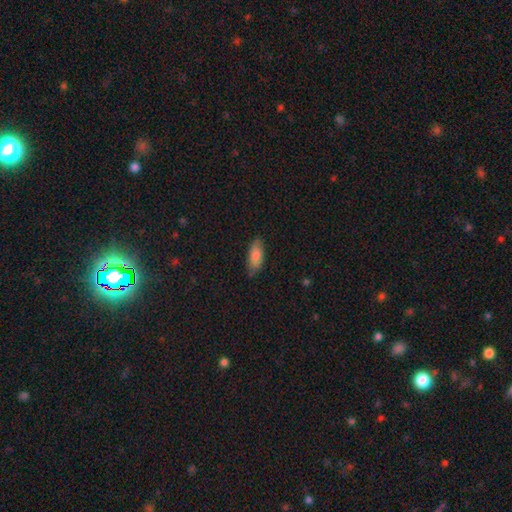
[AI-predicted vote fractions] This appears to be a smooth galaxy with no disk features (84%) that is in between round and cigar-shaped (79%). Merging: none (77%).